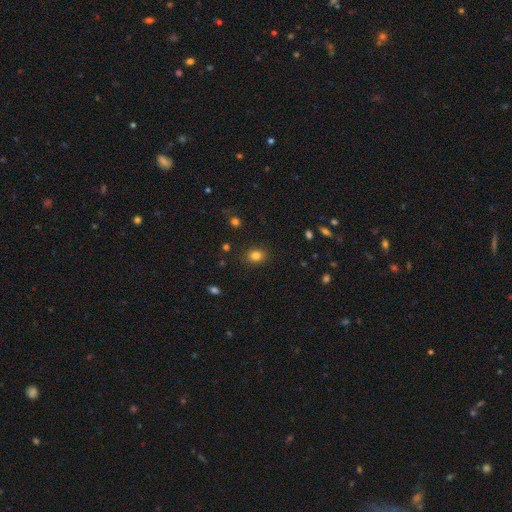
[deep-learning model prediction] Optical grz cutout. It shows a smooth galaxy with no disk features (82%) that is in between round and cigar-shaped (54%). Merging: none (87%).